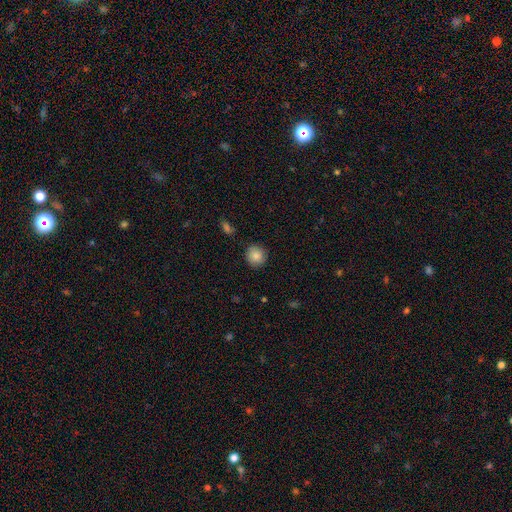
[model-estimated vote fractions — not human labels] Smooth or featured? smooth (84%)
How rounded? round (91%)
Merging? none (87%)